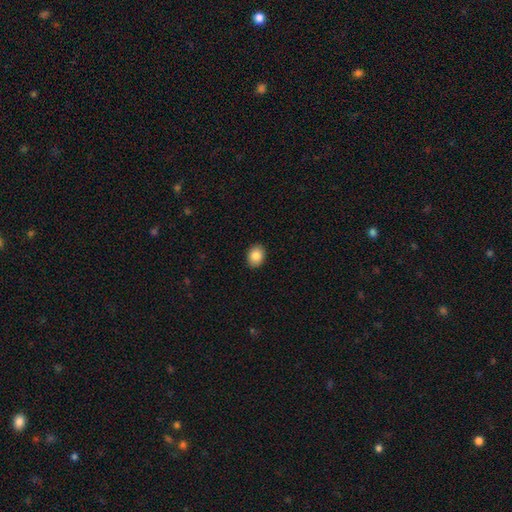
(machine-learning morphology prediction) Smooth or featured? smooth (86%)
How rounded? in between (62%)
Merging? none (90%)